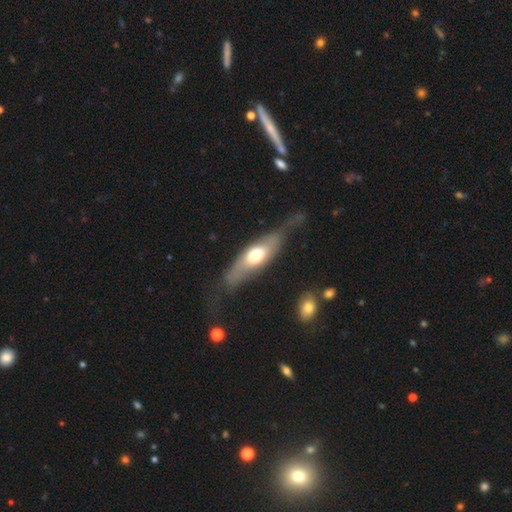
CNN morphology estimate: The model was most divided on "smooth or featured": featured or disk: 49%, smooth: 45%, star or artifact: 6%. More confident: merging — none (50%).